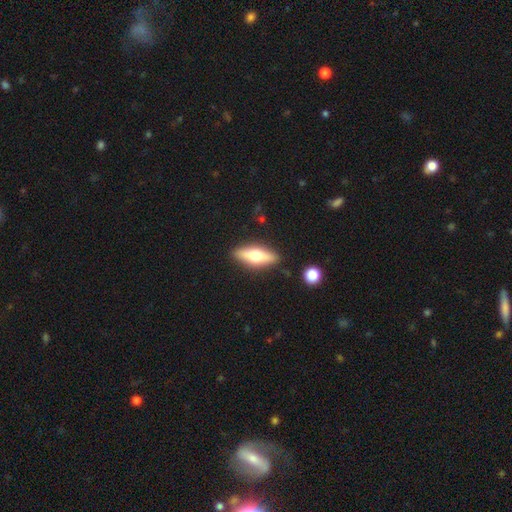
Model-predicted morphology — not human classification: The model was most divided on "smooth or featured": smooth: 50%, featured or disk: 44%, star or artifact: 6%. More confident: merging — none (87%).